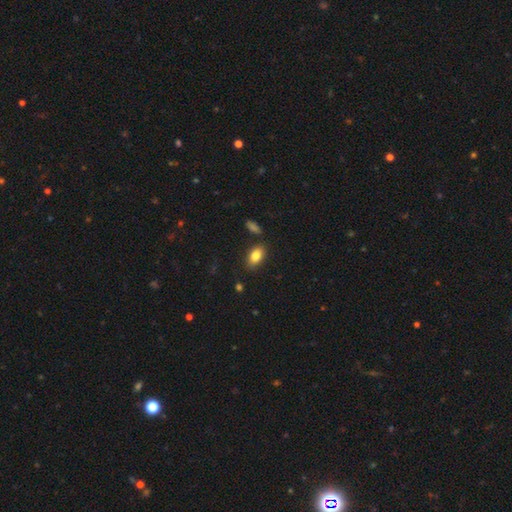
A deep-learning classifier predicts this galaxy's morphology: smooth_or_featured: smooth (p=0.84) [alt: featured or disk p=0.09]
how_rounded: in between (p=0.90) [alt: round p=0.07]
merging: none (p=0.84) [alt: minor disturbance p=0.11]